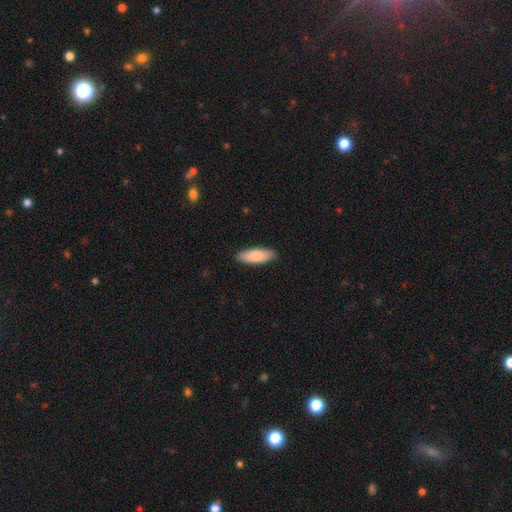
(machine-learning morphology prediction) smooth-or-featured: smooth: 87% | featured or disk: 8% | star or artifact: 5%
  how-rounded: in between: 63% | cigar-shaped: 36% | round: 2%
  merging: none: 89% | minor disturbance: 9% | major disturbance: 2% | merger: 1%